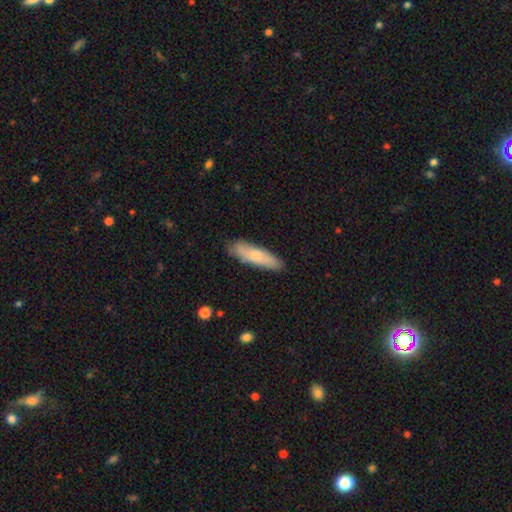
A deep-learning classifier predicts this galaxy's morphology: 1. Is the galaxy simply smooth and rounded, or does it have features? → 69% smooth, 25% featured or disk, 6% star or artifact.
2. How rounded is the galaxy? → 65% cigar-shaped, 33% in between, 2% round.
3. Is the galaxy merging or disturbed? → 81% none, 15% minor disturbance, 3% major disturbance, 1% merger.